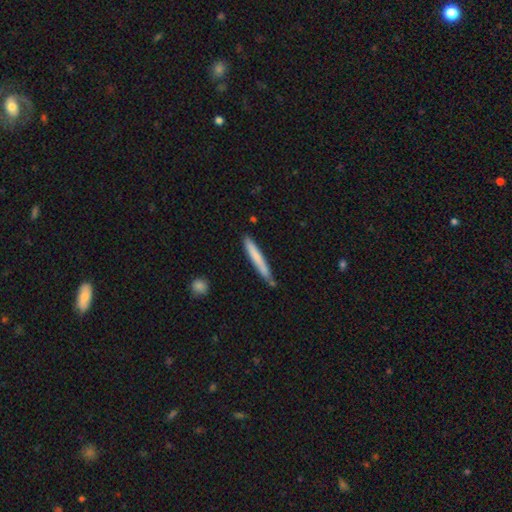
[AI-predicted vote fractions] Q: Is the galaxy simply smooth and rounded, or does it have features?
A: smooth — 65%.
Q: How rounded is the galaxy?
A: cigar-shaped — 96%.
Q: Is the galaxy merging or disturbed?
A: none — 87%.